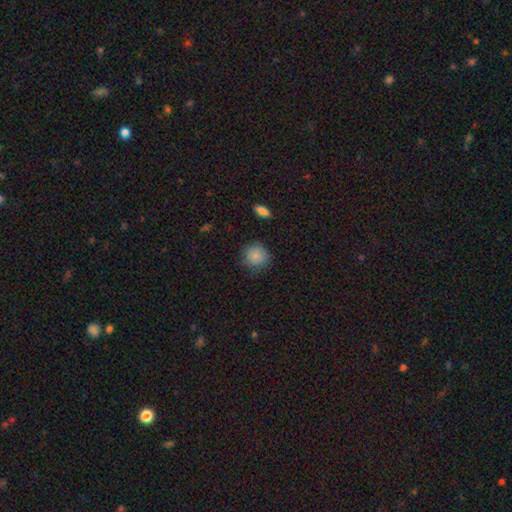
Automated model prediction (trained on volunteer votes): smooth 87%, star or artifact 9%, featured or disk 4%. Down the decision tree: how rounded — round (90%); merging — none (82%).